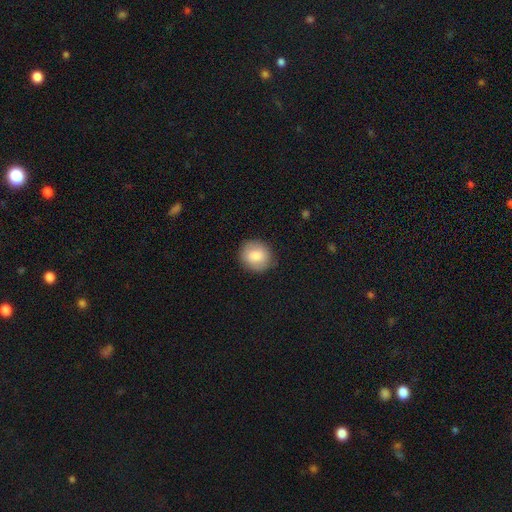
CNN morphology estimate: This is clearly a smooth galaxy (81%). How rounded: clearly round (82%). Merging: clearly none (87%).